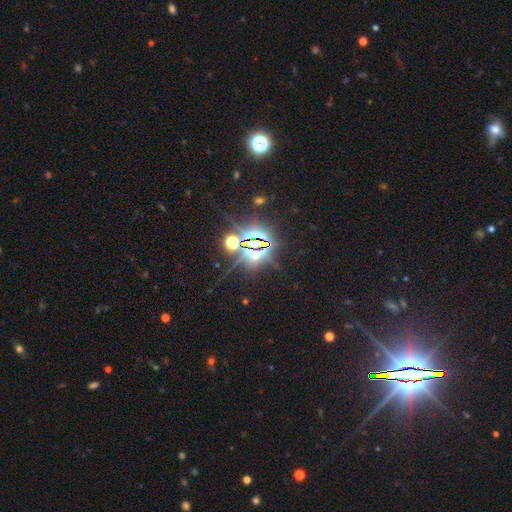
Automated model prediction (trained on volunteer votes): Smooth or featured: star or artifact — 82% (smooth — 10%)